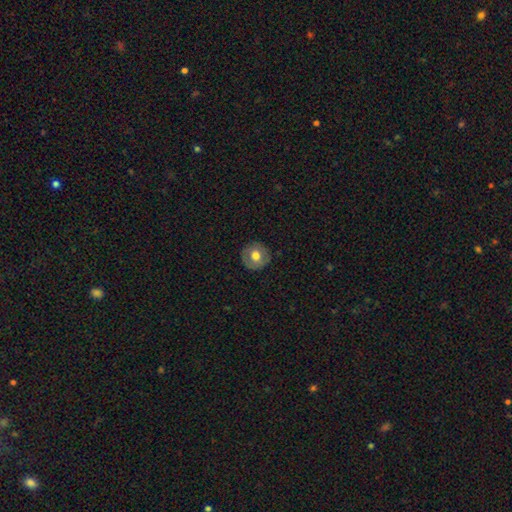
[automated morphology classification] Smooth or featured? smooth (66%)
How rounded? round (93%)
Merging? none (88%)